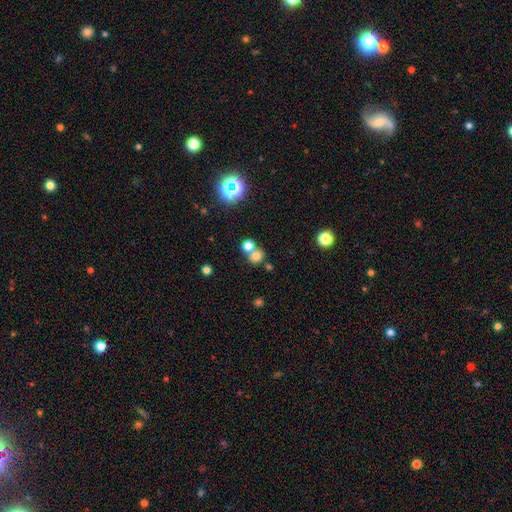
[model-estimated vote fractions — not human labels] Q: Smooth or featured?
A: smooth (73%); runner-up: star or artifact (17%)
Q: How rounded?
A: round (81%); runner-up: in between (18%)
Q: Merging?
A: none (49%); runner-up: merger (41%)